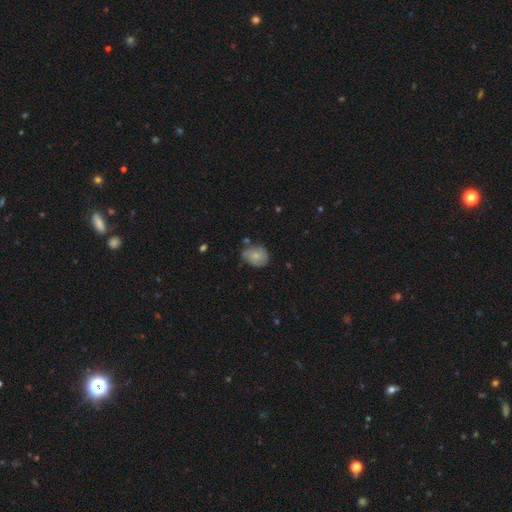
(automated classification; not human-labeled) The model was most divided on "how rounded": round: 50%, in between: 49%, cigar-shaped: 1%. More confident: smooth or featured — smooth (72%); merging — none (56%).